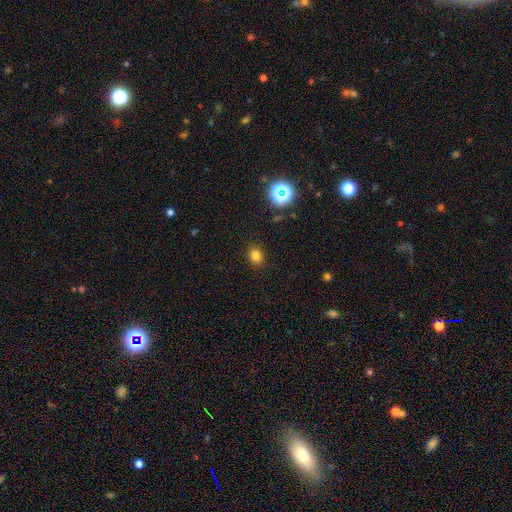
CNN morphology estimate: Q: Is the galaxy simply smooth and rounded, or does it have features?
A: smooth — 78%.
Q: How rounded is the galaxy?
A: round — 59%.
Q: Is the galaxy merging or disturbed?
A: none — 88%.